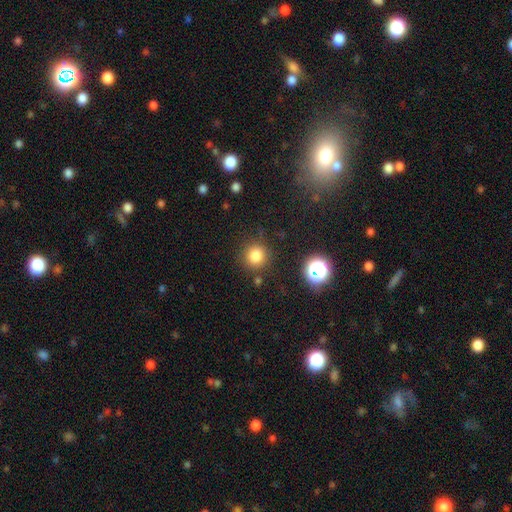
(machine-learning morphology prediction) A smooth galaxy with no disk features (81%) that is round (91%).

Vote fractions:
- Smooth or featured? smooth: 81% / star or artifact: 14% / featured or disk: 5%
- How rounded? round: 91% / in between: 8% / cigar-shaped: 1%
- Merging? none: 84% / minor disturbance: 9% / merger: 4% / major disturbance: 4%